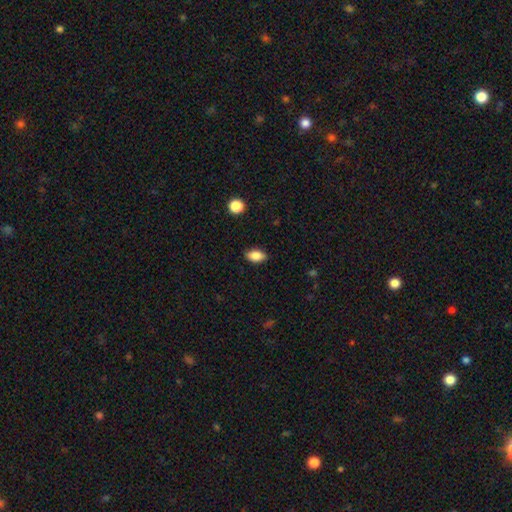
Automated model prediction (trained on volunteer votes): Smooth or featured: smooth — 85% (star or artifact — 8%)
How rounded: in between — 90% (round — 7%)
Merging: none — 86% (minor disturbance — 11%)